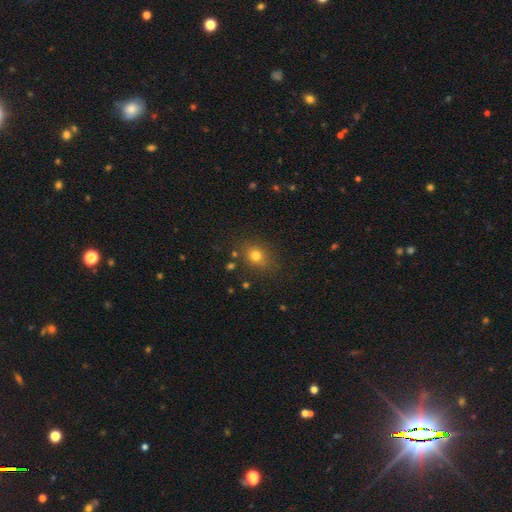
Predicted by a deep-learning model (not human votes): Smooth or featured: smooth — 77% (star or artifact — 15%)
How rounded: round — 57% (in between — 42%)
Merging: none — 81% (minor disturbance — 12%)